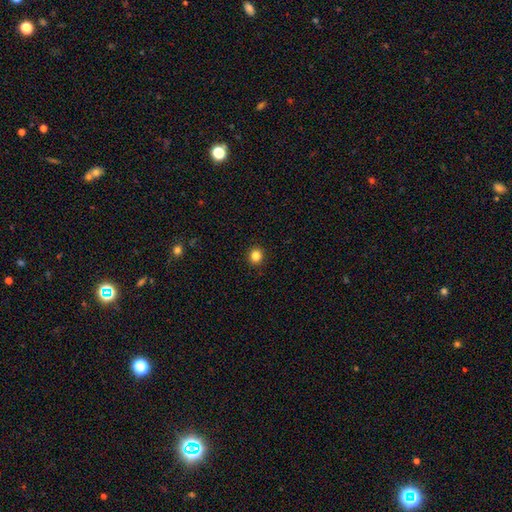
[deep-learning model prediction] smooth-or-featured: smooth: 84% | star or artifact: 12% | featured or disk: 4%
  how-rounded: round: 86% | in between: 13% | cigar-shaped: 1%
  merging: none: 93% | minor disturbance: 5% | major disturbance: 2% | merger: 1%